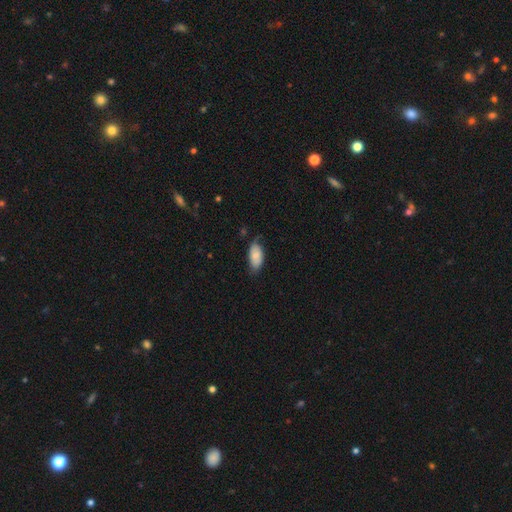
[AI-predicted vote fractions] smooth-or-featured: smooth: 75% | featured or disk: 19% | star or artifact: 7%
  how-rounded: in between: 93% | cigar-shaped: 4% | round: 3%
  merging: none: 58% | minor disturbance: 32% | major disturbance: 8% | merger: 2%